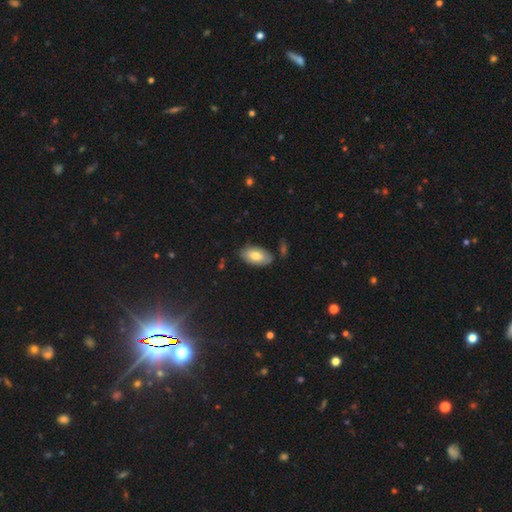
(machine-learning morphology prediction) Overall: smooth (73%). How rounded: in between (94%). Merging: none (77%).